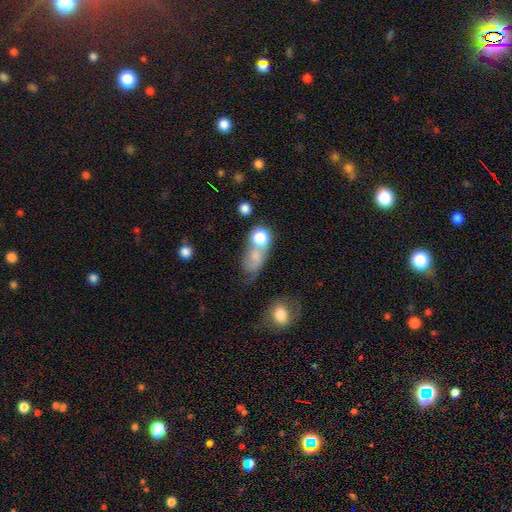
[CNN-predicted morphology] smooth-or-featured: smooth: 69% | featured or disk: 18% | star or artifact: 13%
  how-rounded: in between: 48% | round: 46% | cigar-shaped: 6%
  merging: merger: 42% | none: 30% | minor disturbance: 14% | major disturbance: 13%